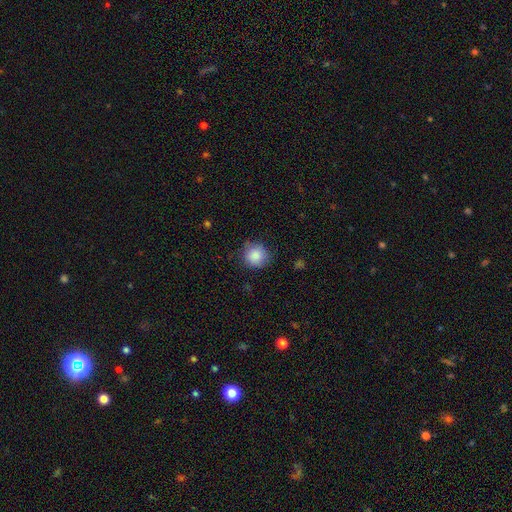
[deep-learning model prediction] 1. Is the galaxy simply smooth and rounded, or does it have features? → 87% smooth, 8% star or artifact, 5% featured or disk.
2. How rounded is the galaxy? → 90% round, 9% in between, 1% cigar-shaped.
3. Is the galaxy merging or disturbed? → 79% none, 17% minor disturbance, 3% major disturbance, 1% merger.